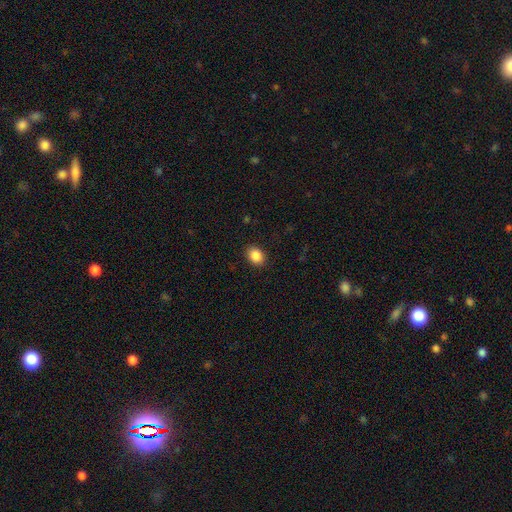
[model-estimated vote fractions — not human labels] A smooth galaxy with no disk features (88%) that is in between round and cigar-shaped (64%).

Vote fractions:
- Smooth or featured? smooth: 88% / star or artifact: 9% / featured or disk: 4%
- How rounded? in between: 64% / round: 35% / cigar-shaped: 1%
- Merging? none: 89% / minor disturbance: 8% / major disturbance: 2% / merger: 1%